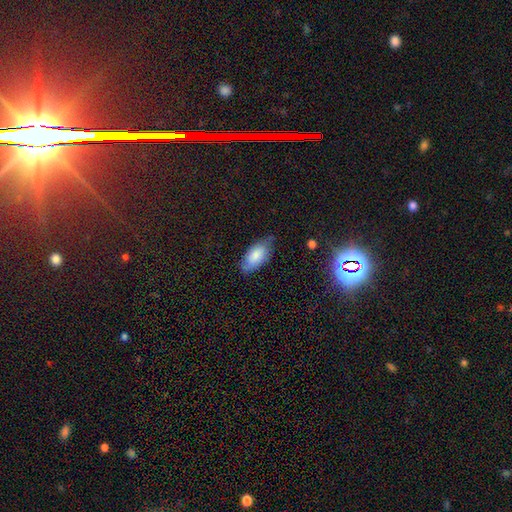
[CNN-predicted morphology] smooth-or-featured: smooth: 76% | featured or disk: 17% | star or artifact: 7%
  how-rounded: in between: 90% | cigar-shaped: 8% | round: 2%
  merging: none: 66% | minor disturbance: 28% | major disturbance: 5% | merger: 2%